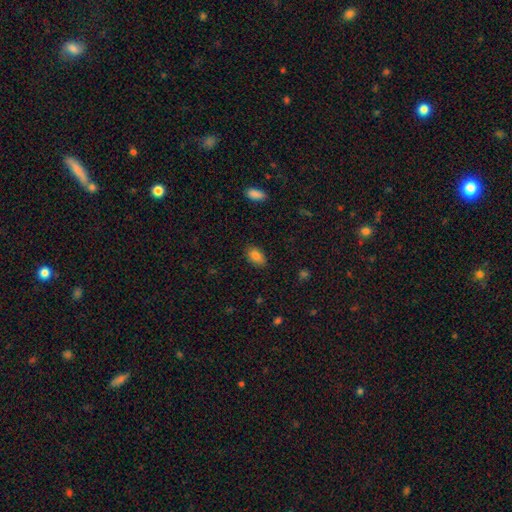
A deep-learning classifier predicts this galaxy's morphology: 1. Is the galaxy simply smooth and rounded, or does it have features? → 86% smooth, 9% star or artifact, 5% featured or disk.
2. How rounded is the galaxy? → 91% in between, 7% round, 2% cigar-shaped.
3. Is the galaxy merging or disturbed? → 85% none, 11% minor disturbance, 3% major disturbance, 1% merger.